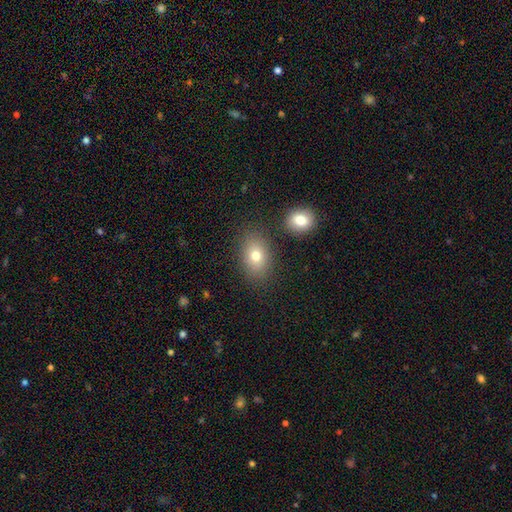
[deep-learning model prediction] Smooth or featured? smooth (76%)
How rounded? in between (76%)
Merging? none (79%)